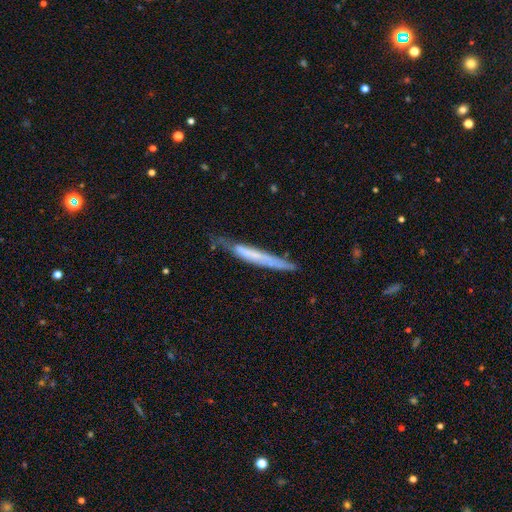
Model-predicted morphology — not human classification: type=featured or disk (48%); merging=none (58%).